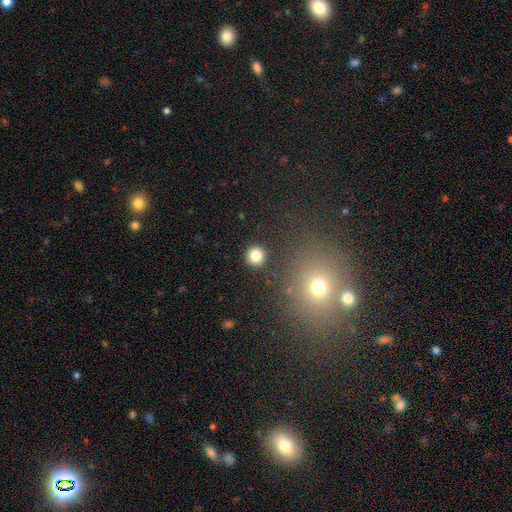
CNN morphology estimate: A smooth galaxy with no disk features (83%) that is round (92%).

Vote fractions:
- Smooth or featured? smooth: 83% / star or artifact: 12% / featured or disk: 5%
- How rounded? round: 92% / in between: 7% / cigar-shaped: 1%
- Merging? none: 89% / minor disturbance: 6% / major disturbance: 3% / merger: 2%